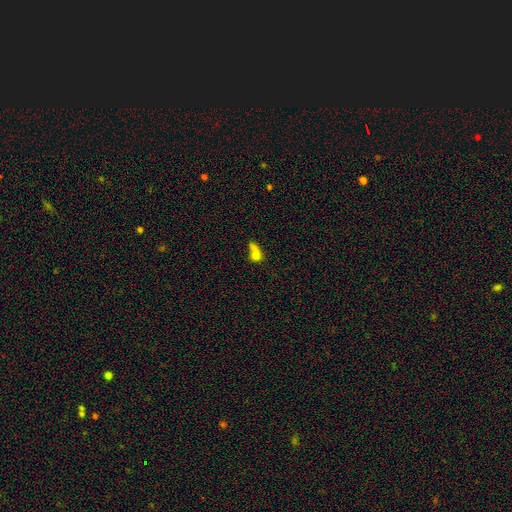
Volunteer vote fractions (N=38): Morphology: type=smooth (71%); roundness=in between (59%); merging=merger (50%).